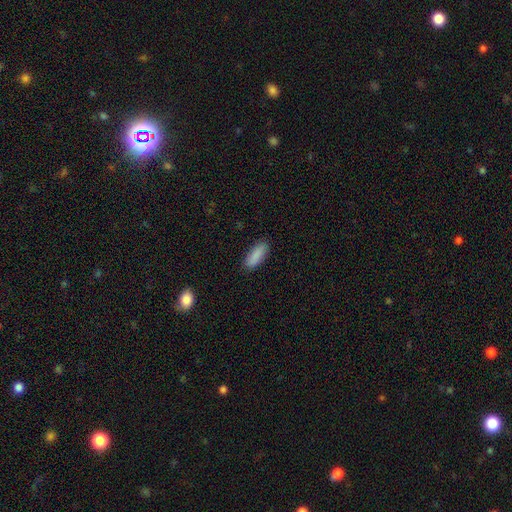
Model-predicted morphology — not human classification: Smooth or featured? Predicted: smooth (p=0.89). How rounded? Predicted: in between (p=0.69). Merging? Predicted: none (p=0.87).